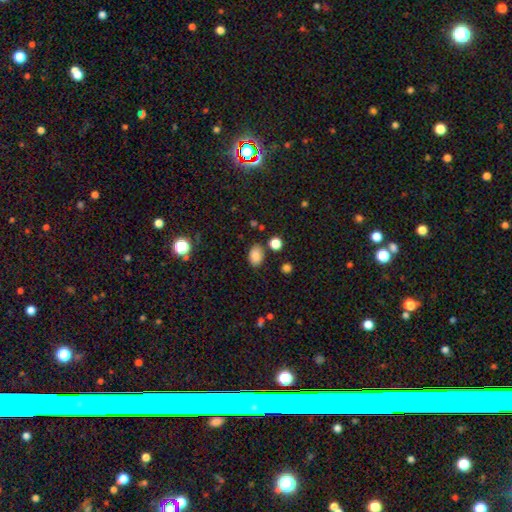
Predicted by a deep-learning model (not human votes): A smooth galaxy with no disk features (84%) that is in between round and cigar-shaped (83%).

Vote fractions:
- Smooth or featured? smooth: 84% / star or artifact: 11% / featured or disk: 5%
- How rounded? in between: 83% / round: 15% / cigar-shaped: 1%
- Merging? none: 80% / minor disturbance: 13% / merger: 4% / major disturbance: 3%